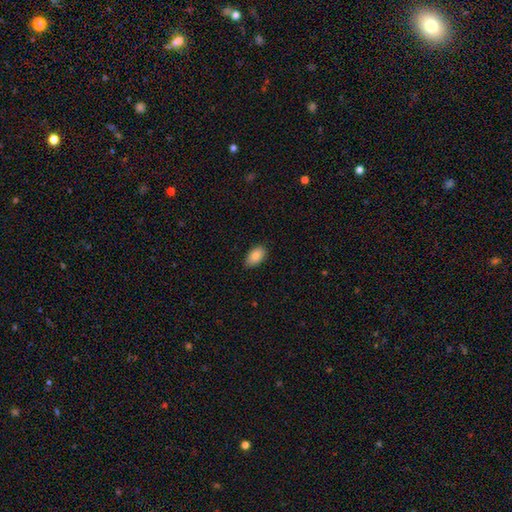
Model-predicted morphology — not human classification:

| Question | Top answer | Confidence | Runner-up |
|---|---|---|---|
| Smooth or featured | smooth | 86% | star or artifact (7%) |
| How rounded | in between | 93% | round (5%) |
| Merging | none | 82% | minor disturbance (15%) |